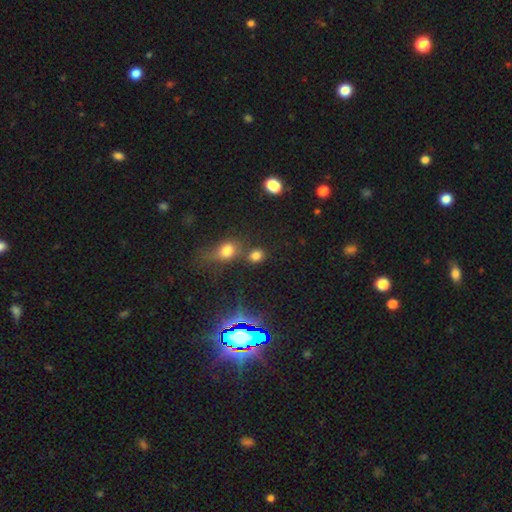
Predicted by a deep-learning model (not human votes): Morphology: type=smooth (71%); roundness=round (67%); merging=none (67%).